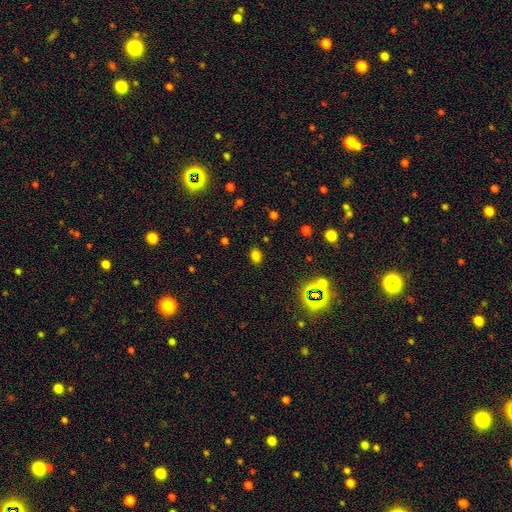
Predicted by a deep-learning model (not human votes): Q: Smooth or featured?
A: smooth (74%); runner-up: star or artifact (21%)
Q: How rounded?
A: in between (69%); runner-up: round (29%)
Q: Merging?
A: none (86%); runner-up: minor disturbance (9%)